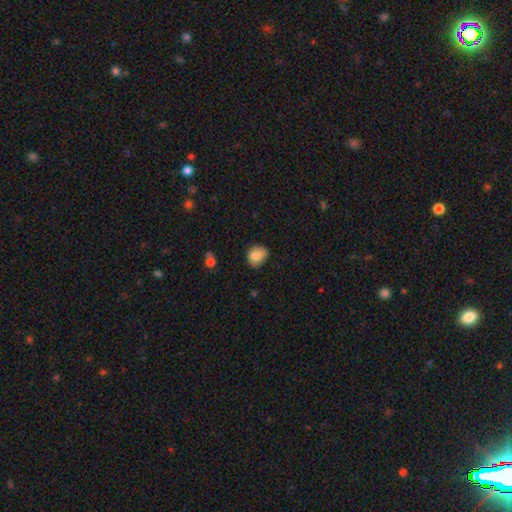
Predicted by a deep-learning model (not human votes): smooth 81%, featured or disk 9%, star or artifact 9%. Down the decision tree: how rounded — round (64%); merging — none (71%).